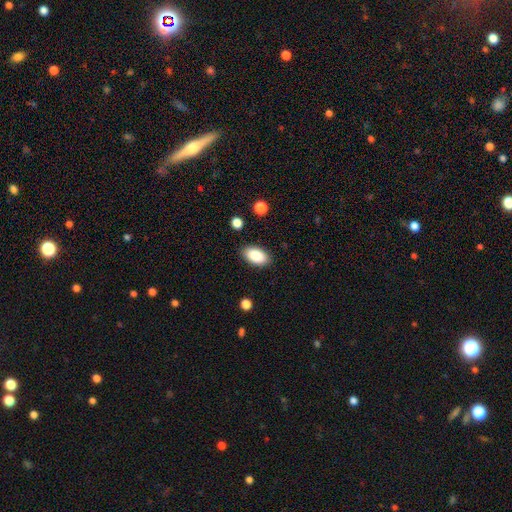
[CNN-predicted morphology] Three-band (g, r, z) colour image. It shows a smooth galaxy with no disk features (87%) that is in between round and cigar-shaped (94%). Merging: none (87%).